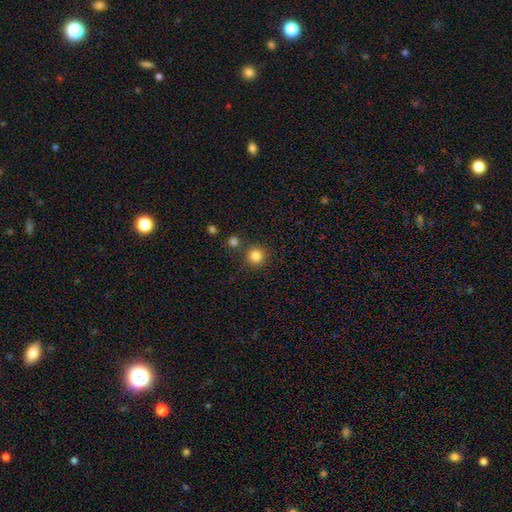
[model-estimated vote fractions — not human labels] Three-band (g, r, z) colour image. It shows a smooth galaxy with no disk features (84%) that is round (94%). Merging: none (80%).